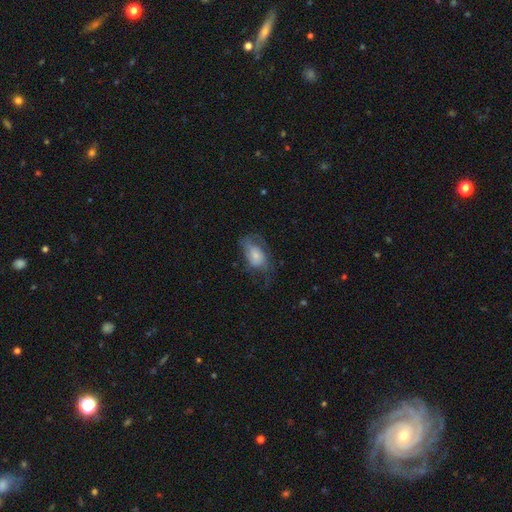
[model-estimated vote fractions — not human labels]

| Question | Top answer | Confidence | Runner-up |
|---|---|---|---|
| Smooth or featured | smooth | 48% | featured or disk (44%) |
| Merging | none | 41% | major disturbance (31%) |